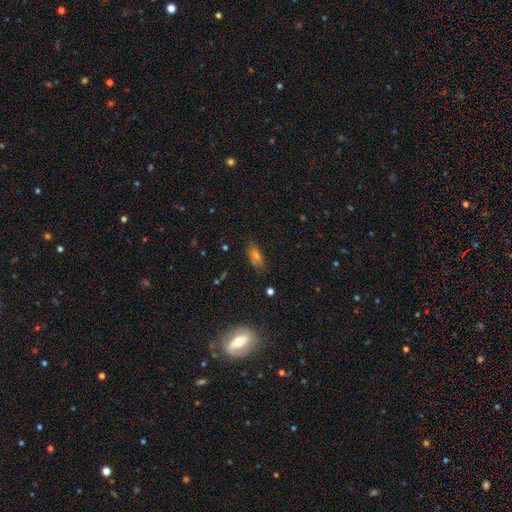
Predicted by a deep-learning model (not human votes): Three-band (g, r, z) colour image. It shows a smooth galaxy with no disk features (57%) that is in between round and cigar-shaped (75%). Merging: none (72%).